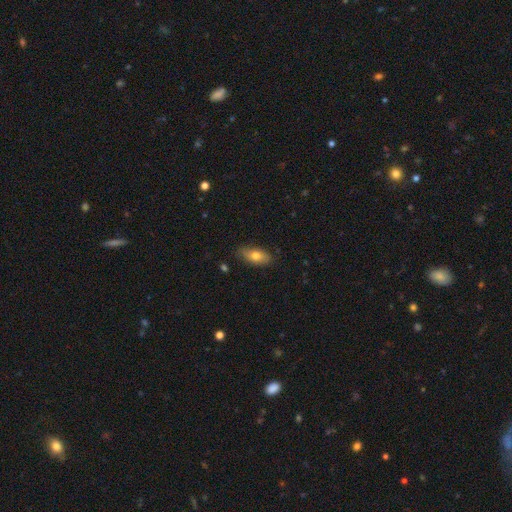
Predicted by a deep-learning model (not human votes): Smooth or featured? smooth (73%)
How rounded? in between (86%)
Merging? none (83%)